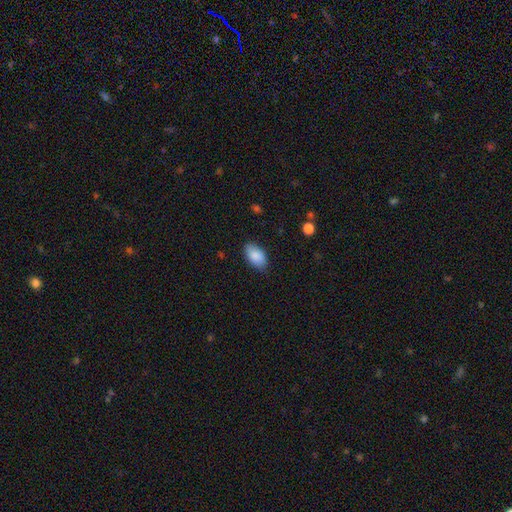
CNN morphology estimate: Overall: smooth (87%). How rounded: in between (94%). Merging: none (83%).